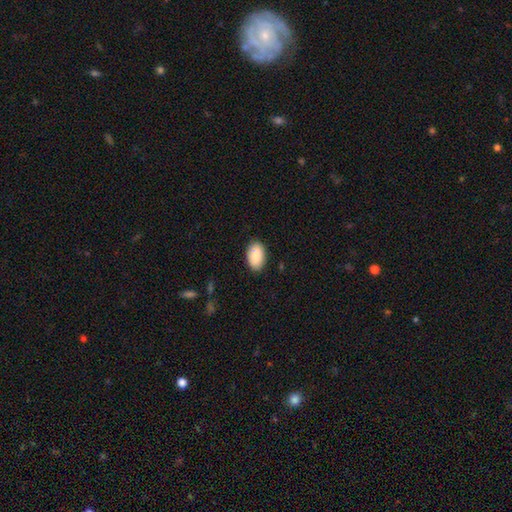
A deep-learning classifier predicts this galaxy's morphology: Smooth or featured?
  - smooth: 89% *
  - star or artifact: 6%
  - featured or disk: 5%
How rounded?
  - in between: 94% *
  - round: 5%
  - cigar-shaped: 1%
Merging?
  - none: 88% *
  - minor disturbance: 9%
  - major disturbance: 2%
  - merger: 1%